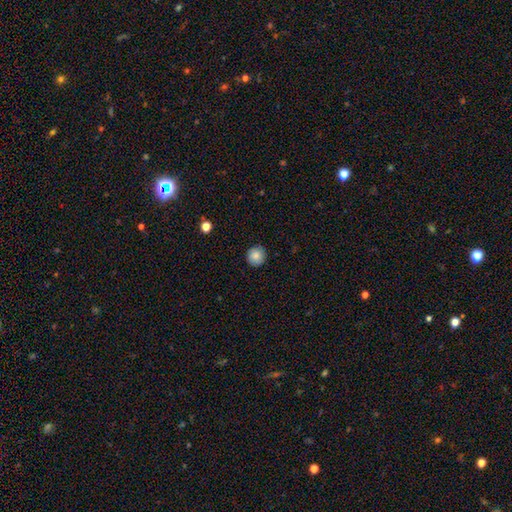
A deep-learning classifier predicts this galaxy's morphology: smooth-or-featured: smooth: 84% | star or artifact: 9% | featured or disk: 7%
  how-rounded: round: 93% | in between: 6% | cigar-shaped: 1%
  merging: none: 89% | minor disturbance: 8% | major disturbance: 2% | merger: 1%